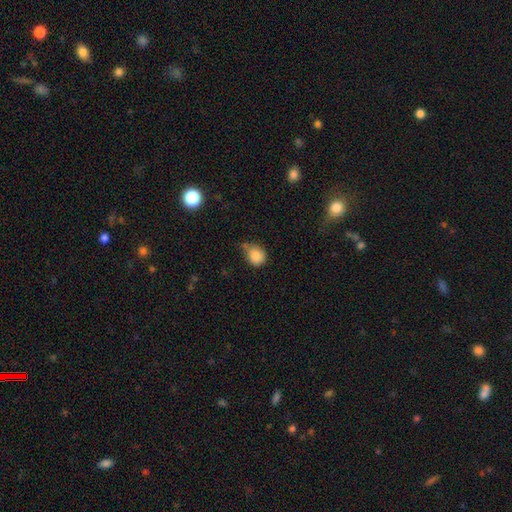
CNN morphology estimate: This is clearly a smooth galaxy (86%). How rounded: likely round (68%). Merging: possibly none (46%).